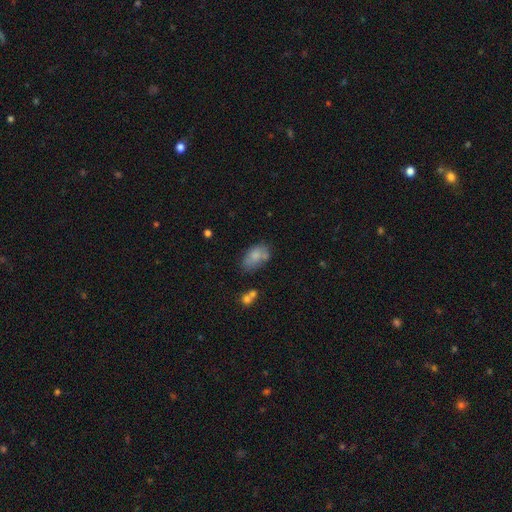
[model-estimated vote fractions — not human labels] smooth_or_featured: smooth (p=0.73) [alt: featured or disk p=0.19]
how_rounded: in between (p=0.91) [alt: round p=0.07]
merging: none (p=0.53) [alt: minor disturbance p=0.25]